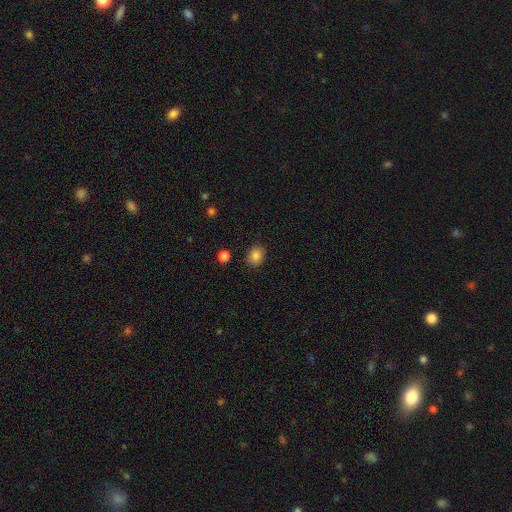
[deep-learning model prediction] Overall: smooth (85%). How rounded: round (56%; in between 43%). Merging: none (88%).